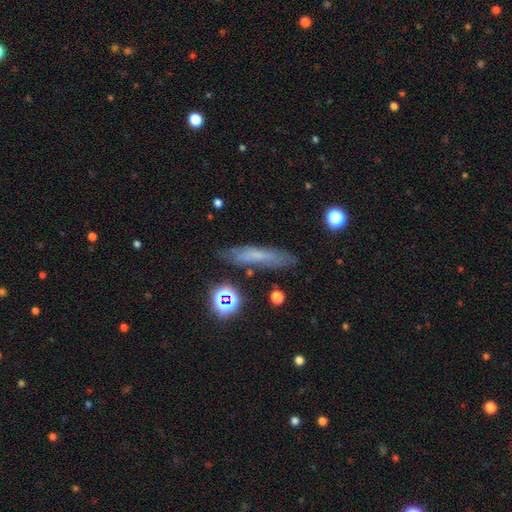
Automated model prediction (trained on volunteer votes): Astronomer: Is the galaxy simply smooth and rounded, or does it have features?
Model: smooth — 52% (runner-up: featured or disk, 33%).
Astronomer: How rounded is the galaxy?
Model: cigar-shaped — 81%.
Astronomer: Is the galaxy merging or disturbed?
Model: none — 77%.